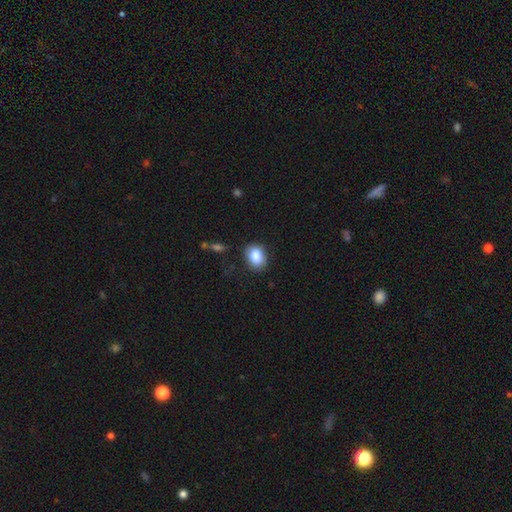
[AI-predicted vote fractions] This is clearly a smooth galaxy (84%). How rounded: likely in between (65%). Merging: clearly none (81%).